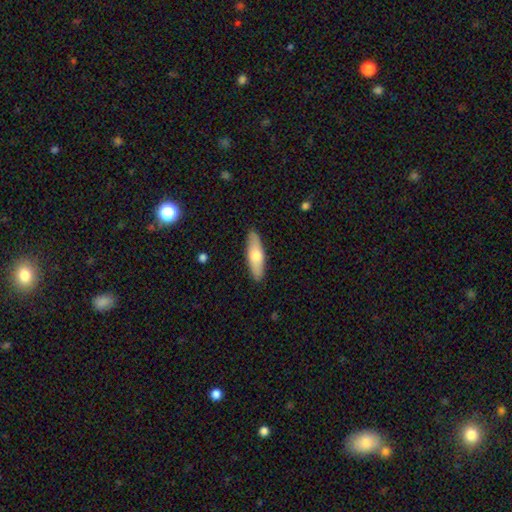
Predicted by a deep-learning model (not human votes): Smooth or featured? Predicted: smooth (p=0.64). How rounded? Predicted: cigar-shaped (p=0.50). Merging? Predicted: none (p=0.89).